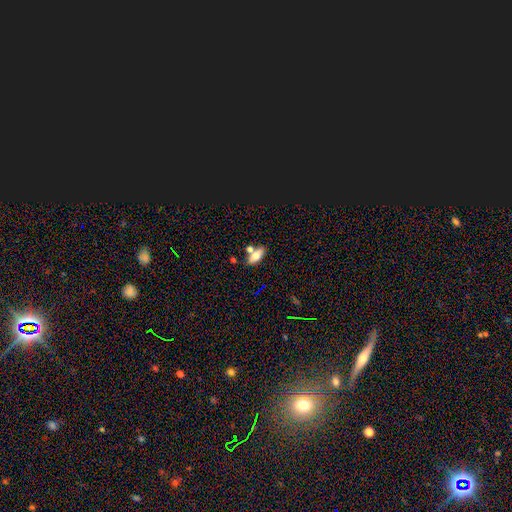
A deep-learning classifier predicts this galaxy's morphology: A smooth galaxy with no disk features (66%) that is in between round and cigar-shaped (75%).

Vote fractions:
- Smooth or featured? smooth: 66% / featured or disk: 26% / star or artifact: 8%
- How rounded? in between: 75% / cigar-shaped: 19% / round: 5%
- Merging? none: 61% / merger: 23% / minor disturbance: 12% / major disturbance: 4%